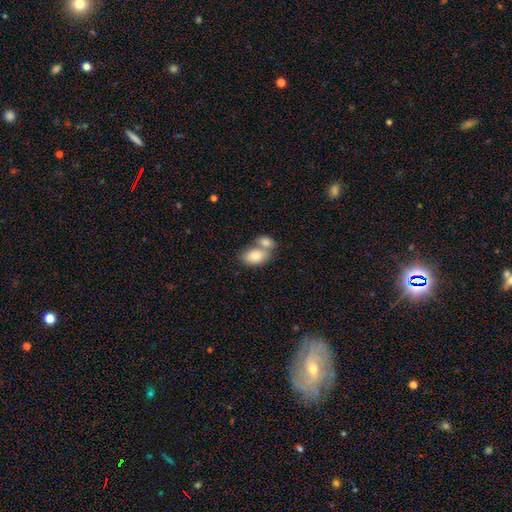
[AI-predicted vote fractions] Smooth or featured? Predicted: smooth (p=0.84). How rounded? Predicted: in between (p=0.90). Merging? Predicted: merger (p=0.60).